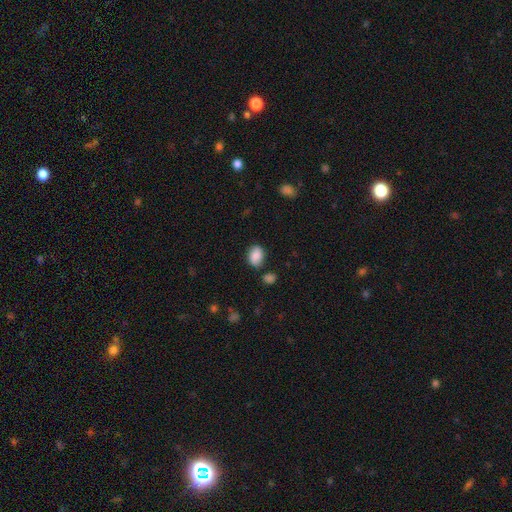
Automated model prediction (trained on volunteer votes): smooth-or-featured: smooth: 84% | star or artifact: 8% | featured or disk: 8%
  how-rounded: in between: 77% | round: 22% | cigar-shaped: 1%
  merging: none: 72% | minor disturbance: 18% | merger: 6% | major disturbance: 4%